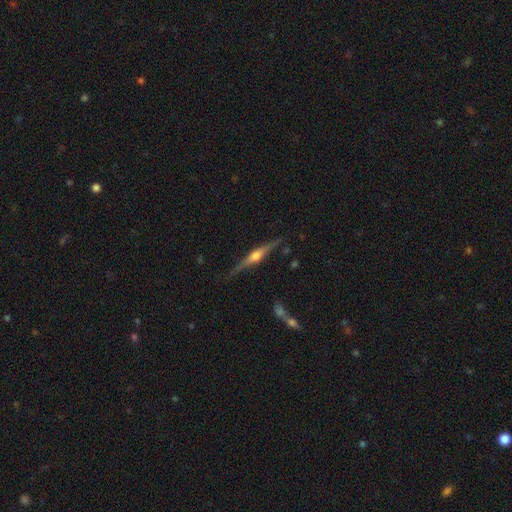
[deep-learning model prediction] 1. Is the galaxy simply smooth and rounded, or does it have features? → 79% featured or disk, 15% smooth, 6% star or artifact.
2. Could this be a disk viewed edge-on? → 98% yes, 2% no.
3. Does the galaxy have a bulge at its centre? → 92% rounded, 5% boxy, 3% none.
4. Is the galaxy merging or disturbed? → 85% none, 11% minor disturbance, 2% major disturbance, 2% merger.